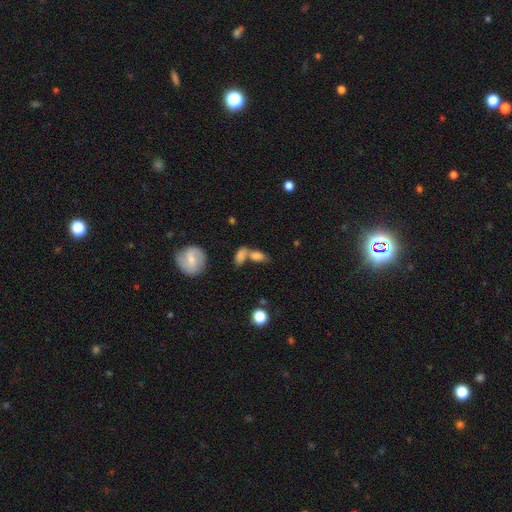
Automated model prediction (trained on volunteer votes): smooth_or_featured: smooth (p=0.73) [alt: featured or disk p=0.17]
how_rounded: in between (p=0.81) [alt: cigar-shaped p=0.11]
merging: merger (p=0.50) [alt: none p=0.35]